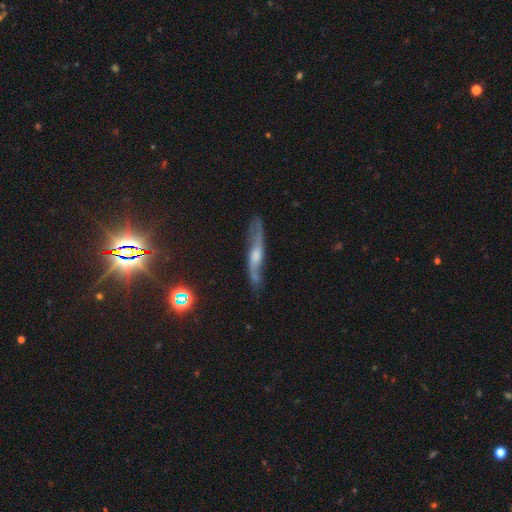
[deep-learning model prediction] smooth_or_featured: featured or disk (p=0.74) [alt: smooth p=0.16]
disk_edge_on: yes (p=0.60) [alt: no p=0.40]
merging: none (p=0.76) [alt: minor disturbance p=0.17]